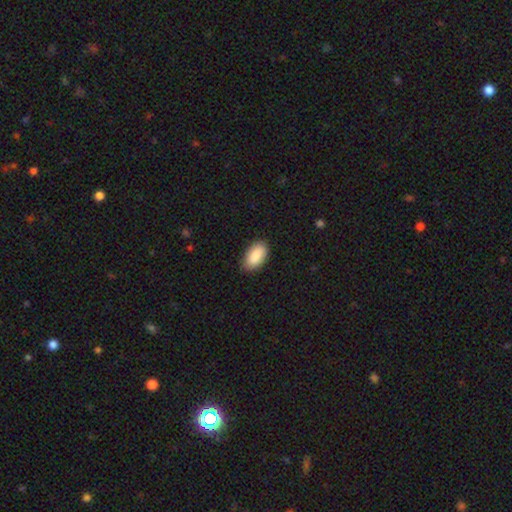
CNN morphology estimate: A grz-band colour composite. It shows a smooth galaxy with no disk features (88%) that is in between round and cigar-shaped (94%). Merging: none (85%).